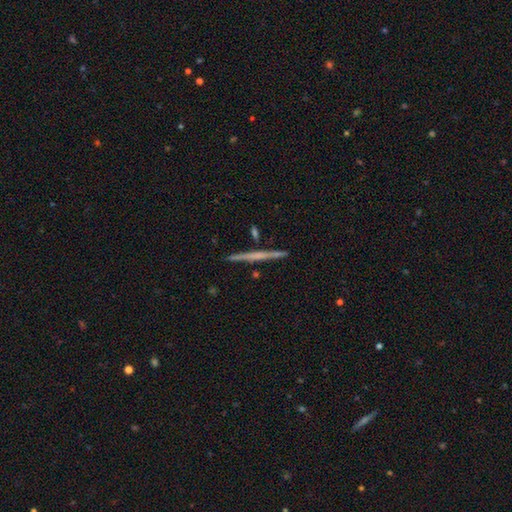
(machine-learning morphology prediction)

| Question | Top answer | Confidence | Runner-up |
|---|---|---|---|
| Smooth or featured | featured or disk | 59% | smooth (36%) |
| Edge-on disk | yes | 98% | no (2%) |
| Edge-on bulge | none | 78% | rounded (16%) |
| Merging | none | 90% | minor disturbance (7%) |